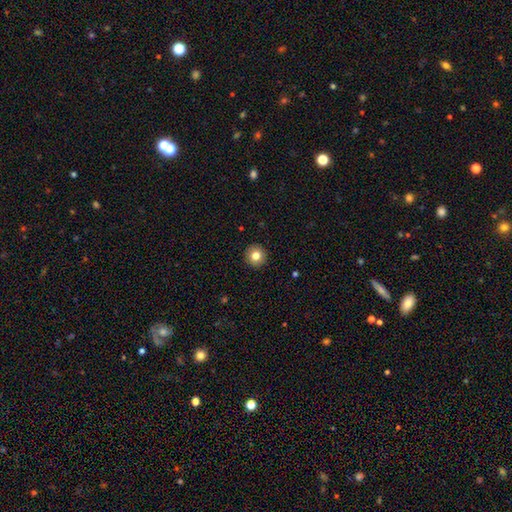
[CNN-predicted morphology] Smooth or featured: smooth — 80% (star or artifact — 10%)
How rounded: round — 94% (in between — 5%)
Merging: none — 93% (minor disturbance — 5%)